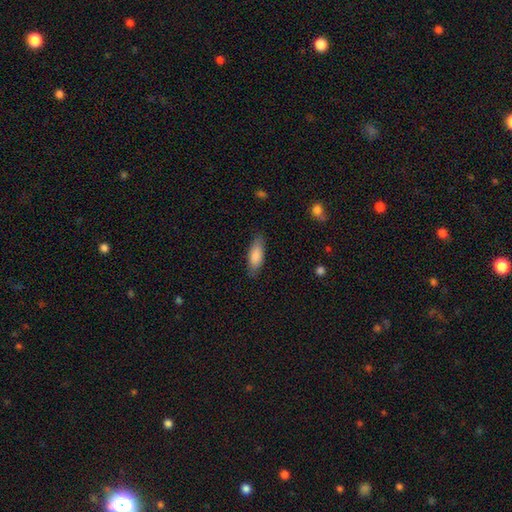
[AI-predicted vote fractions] The model was most divided on "how rounded": in between: 67%, cigar-shaped: 31%, round: 2%. More confident: smooth or featured — smooth (85%); merging — none (81%).